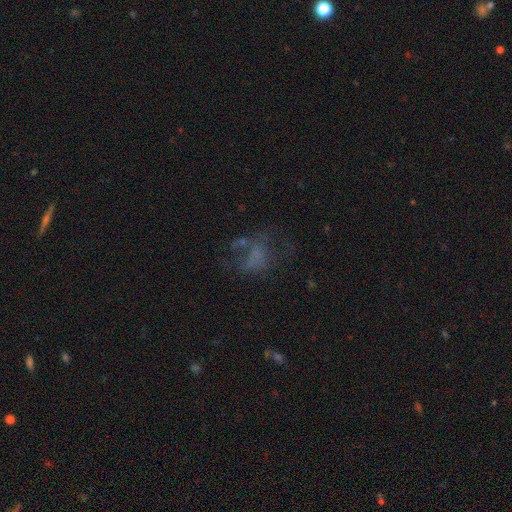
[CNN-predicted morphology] smooth_or_featured: featured or disk (p=0.40) [alt: smooth p=0.36]
merging: none (p=0.38) [alt: major disturbance p=0.36]